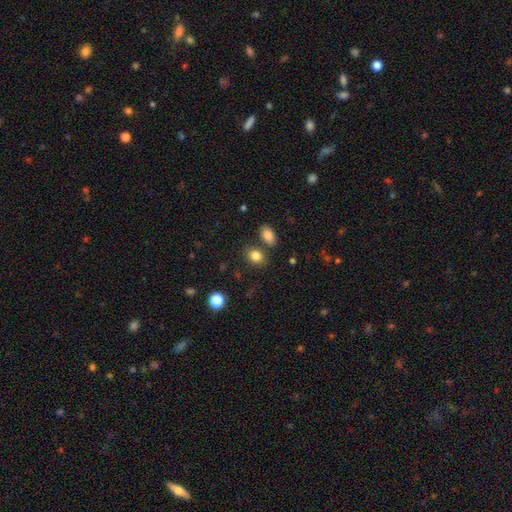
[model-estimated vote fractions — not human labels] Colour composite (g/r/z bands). It shows a smooth galaxy with no disk features (83%) that is in between round and cigar-shaped (63%). Merging: none (73%).